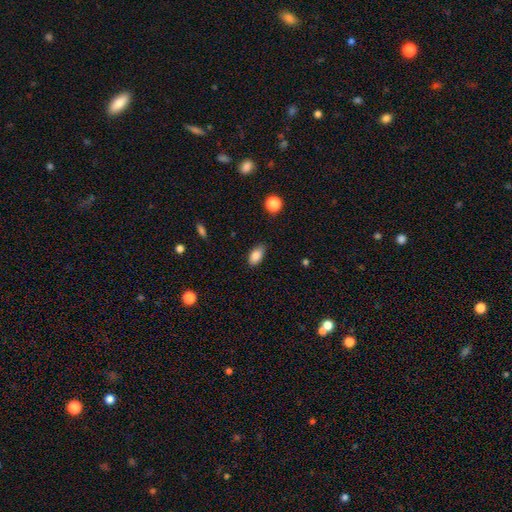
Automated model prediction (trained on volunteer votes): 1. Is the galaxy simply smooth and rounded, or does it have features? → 85% smooth, 8% star or artifact, 7% featured or disk.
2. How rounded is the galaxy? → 91% in between, 6% round, 4% cigar-shaped.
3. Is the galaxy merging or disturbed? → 79% none, 17% minor disturbance, 3% major disturbance, 1% merger.